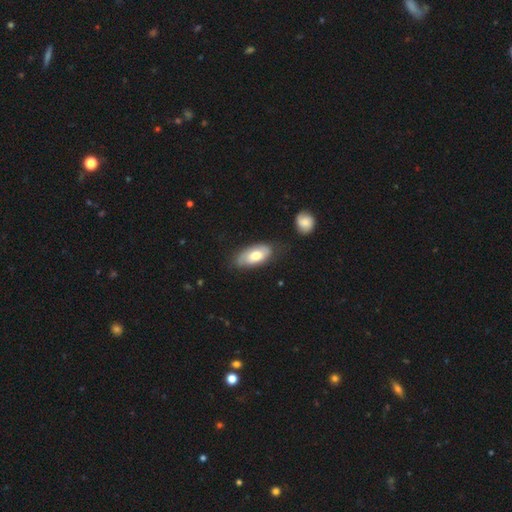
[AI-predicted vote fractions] smooth_or_featured: smooth (p=0.60) [alt: featured or disk p=0.34]
how_rounded: in between (p=0.91) [alt: cigar-shaped p=0.06]
merging: none (p=0.68) [alt: minor disturbance p=0.22]